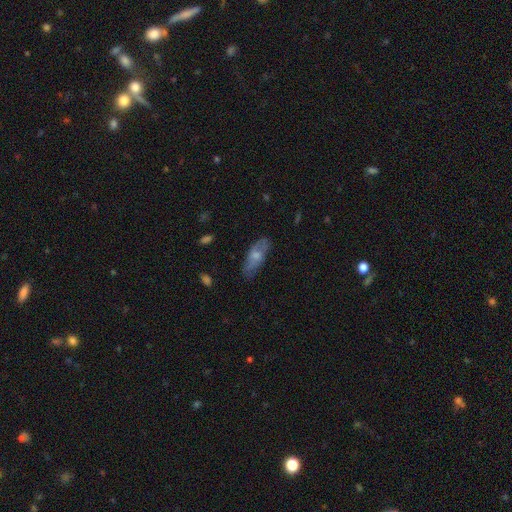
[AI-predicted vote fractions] Overall: smooth (57%; featured or disk 36%). How rounded: in between (73%). Merging: none (71%).